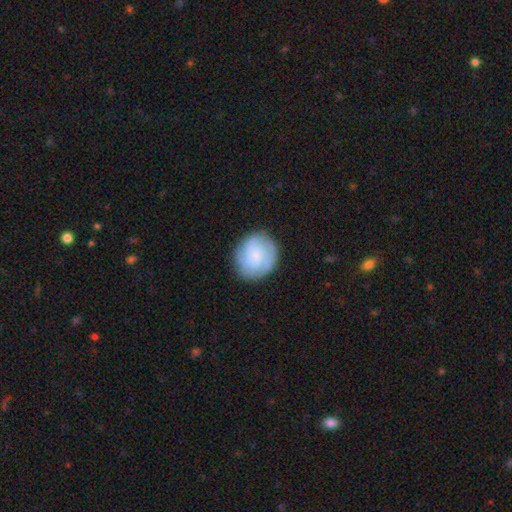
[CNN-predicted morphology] type=smooth (53%); roundness=round (84%); merging=none (81%).